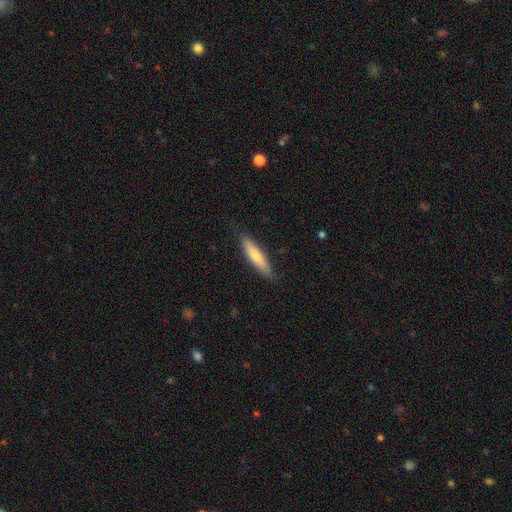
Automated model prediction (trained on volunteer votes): smooth-or-featured: smooth: 71% | featured or disk: 23% | star or artifact: 5%
  how-rounded: cigar-shaped: 80% | in between: 18% | round: 1%
  merging: none: 85% | minor disturbance: 12% | major disturbance: 2% | merger: 1%